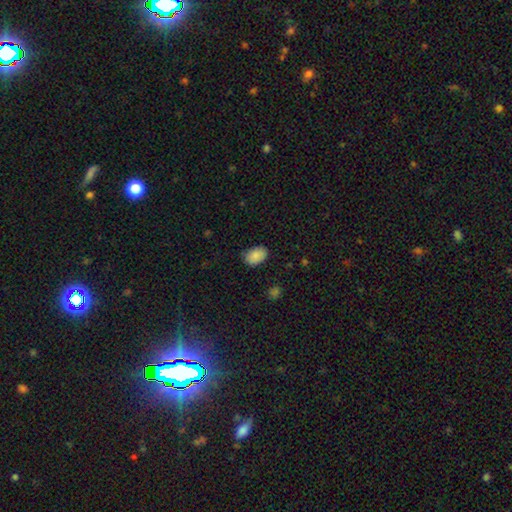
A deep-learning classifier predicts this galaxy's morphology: type=smooth (88%); roundness=in between (88%); merging=none (81%).